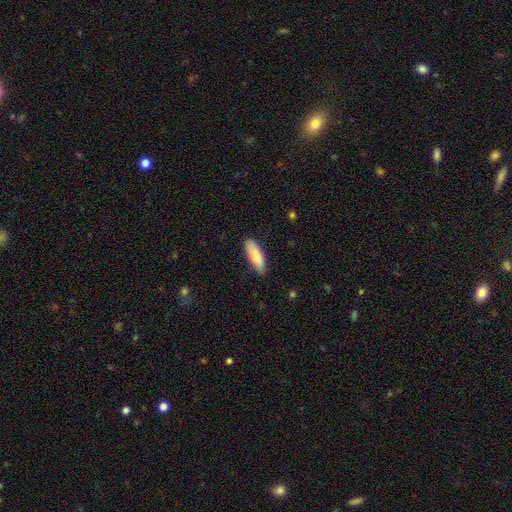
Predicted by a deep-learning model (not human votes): A smooth galaxy with no disk features (84%) that is in between round and cigar-shaped (60%). Merging: none (84%).